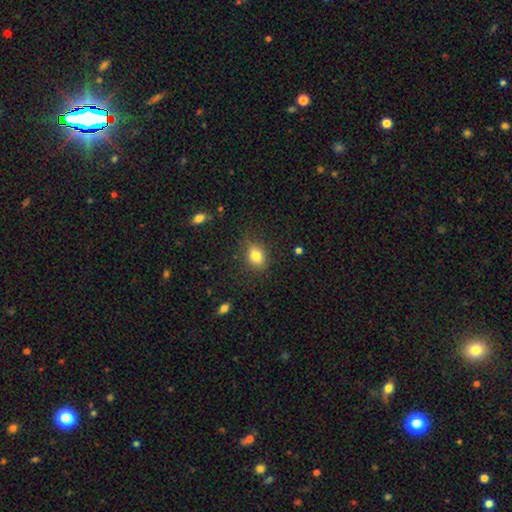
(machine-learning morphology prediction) smooth-or-featured: smooth: 80% | star or artifact: 11% | featured or disk: 9%
  how-rounded: in between: 59% | round: 39% | cigar-shaped: 2%
  merging: none: 77% | minor disturbance: 17% | major disturbance: 5% | merger: 2%